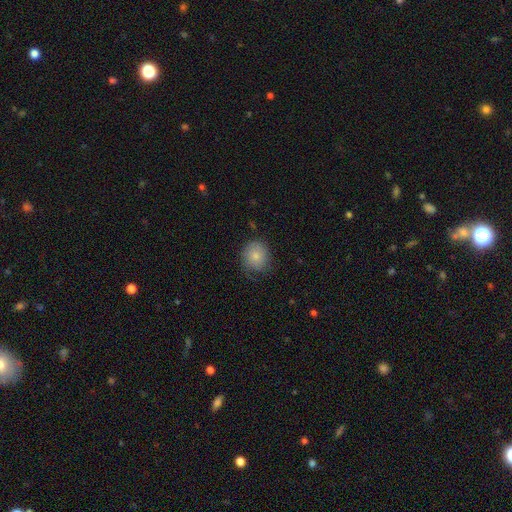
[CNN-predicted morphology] Smooth or featured? Predicted: smooth (p=0.80). How rounded? Predicted: round (p=0.82). Merging? Predicted: none (p=0.67).